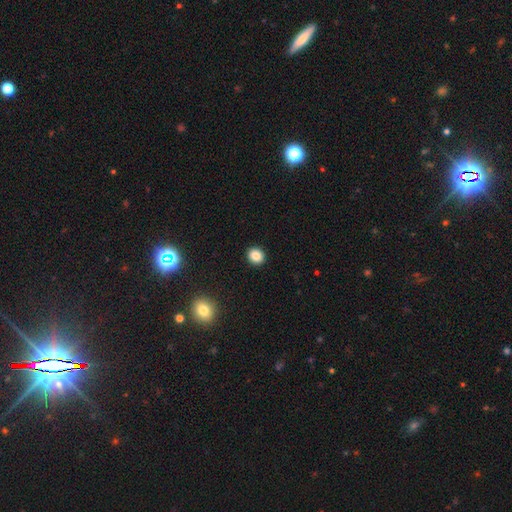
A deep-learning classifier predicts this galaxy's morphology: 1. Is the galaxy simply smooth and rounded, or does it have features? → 85% smooth, 10% star or artifact, 5% featured or disk.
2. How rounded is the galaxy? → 76% round, 23% in between, 1% cigar-shaped.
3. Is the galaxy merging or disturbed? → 93% none, 5% minor disturbance, 2% major disturbance, 1% merger.